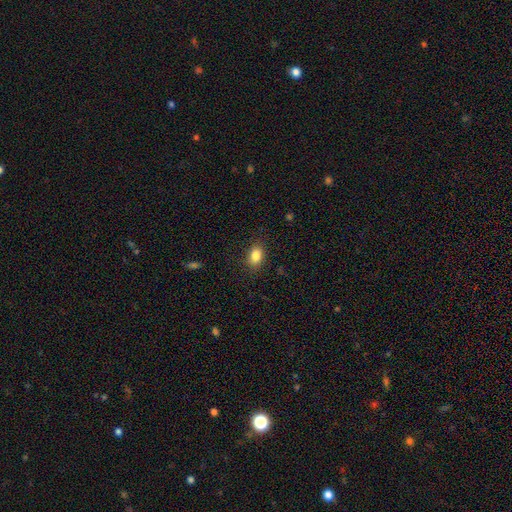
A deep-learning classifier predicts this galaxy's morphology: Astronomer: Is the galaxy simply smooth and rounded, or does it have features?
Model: smooth — 85%.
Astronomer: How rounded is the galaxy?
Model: in between — 79%.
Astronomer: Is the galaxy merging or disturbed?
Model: none — 85%.